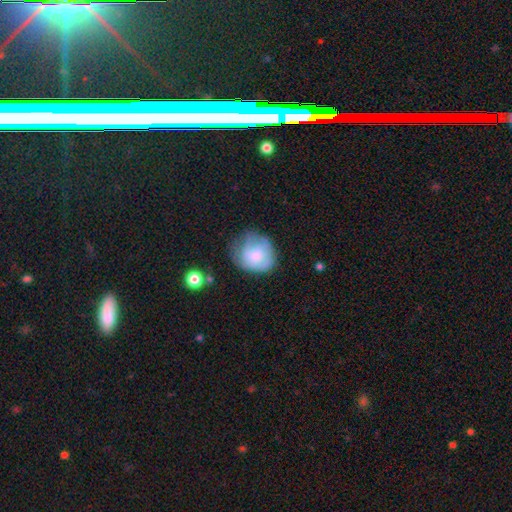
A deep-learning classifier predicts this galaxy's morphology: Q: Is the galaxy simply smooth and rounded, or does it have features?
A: smooth — 59%.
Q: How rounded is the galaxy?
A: round — 71%.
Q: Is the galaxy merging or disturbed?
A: none — 46%.